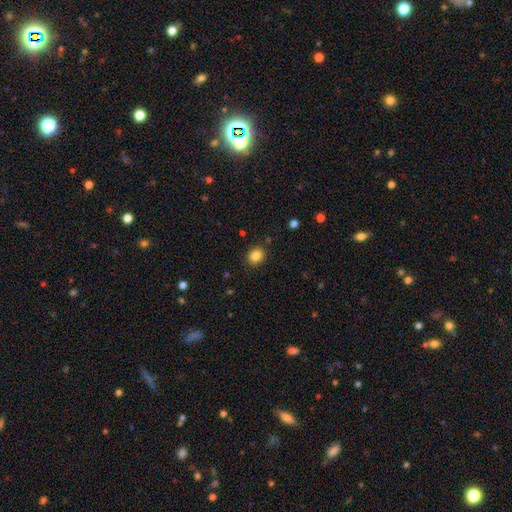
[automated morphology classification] A smooth galaxy with no disk features (84%) that is round (69%).

Vote fractions:
- Smooth or featured? smooth: 84% / star or artifact: 11% / featured or disk: 5%
- How rounded? round: 69% / in between: 30% / cigar-shaped: 1%
- Merging? none: 88% / minor disturbance: 8% / major disturbance: 2% / merger: 2%